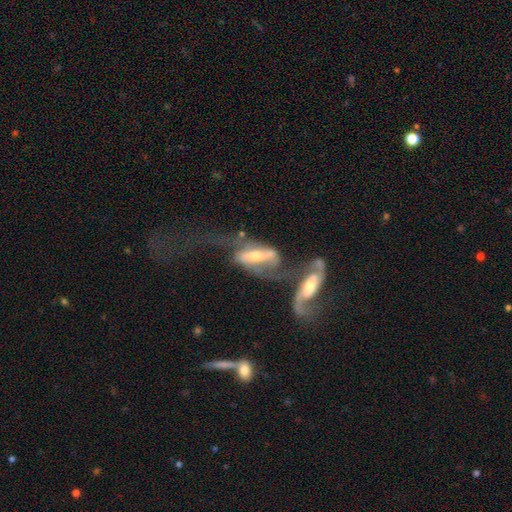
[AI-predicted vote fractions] Smooth or featured?
  - featured or disk: 75% *
  - smooth: 19%
  - star or artifact: 7%
Edge-on disk?
  - no: 80% *
  - yes: 20%
Bar?
  - strong: 51% *
  - weak: 30%
  - no: 19%
Spiral arms?
  - yes: 79% *
  - no: 21%
Bulge size?
  - moderate: 56% *
  - small: 28%
  - large: 10%
  - none: 4%
  - dominant: 2%
Merging?
  - merger: 57% *
  - major disturbance: 19%
  - none: 15%
  - minor disturbance: 9%